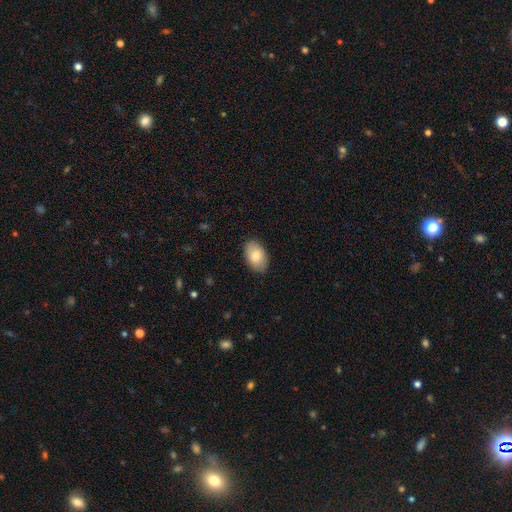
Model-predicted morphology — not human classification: type=smooth (83%); roundness=in between (92%); merging=none (86%).